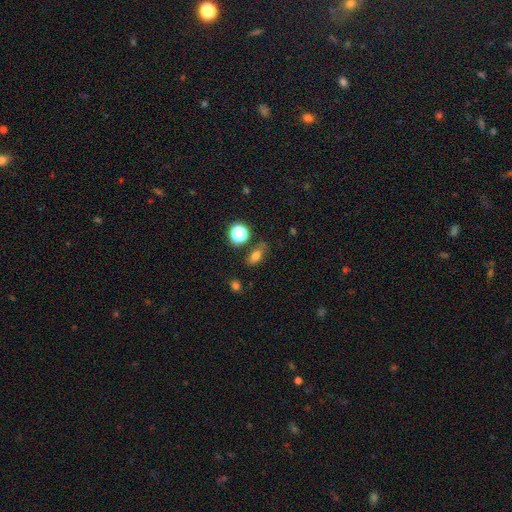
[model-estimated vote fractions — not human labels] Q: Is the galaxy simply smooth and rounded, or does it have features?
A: smooth — 69%.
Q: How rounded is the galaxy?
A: in between — 68%.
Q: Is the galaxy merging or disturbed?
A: none — 69%.